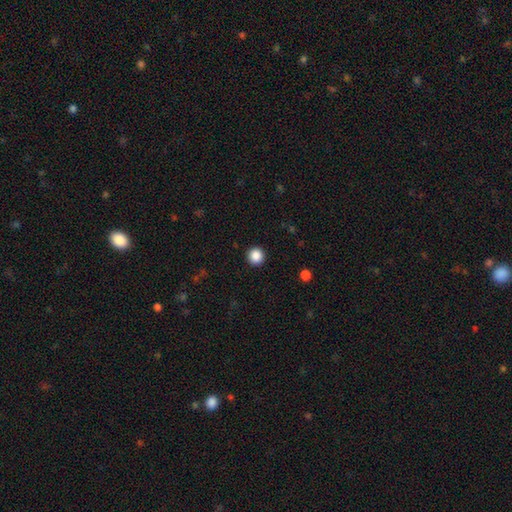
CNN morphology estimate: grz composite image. It shows a smooth galaxy with no disk features (88%) that is round (94%). Merging: none (93%).